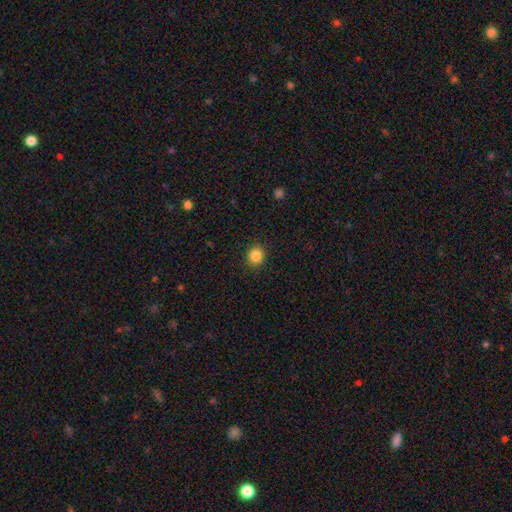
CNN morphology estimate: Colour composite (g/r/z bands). It shows a smooth galaxy with no disk features (86%) that is round (82%). Merging: none (91%).